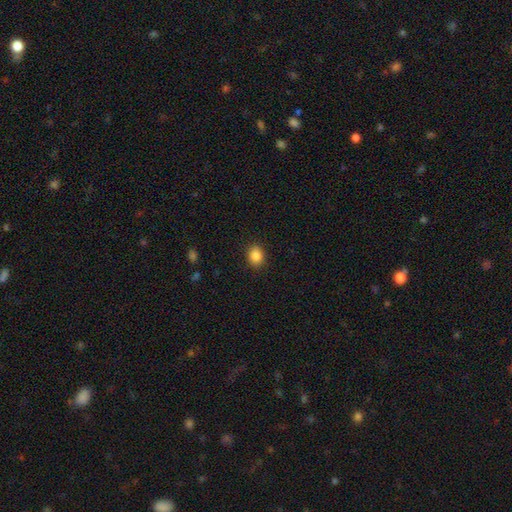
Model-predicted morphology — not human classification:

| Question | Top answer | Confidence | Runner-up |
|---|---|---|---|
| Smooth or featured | smooth | 86% | star or artifact (10%) |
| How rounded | round | 61% | in between (39%) |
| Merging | none | 90% | minor disturbance (7%) |